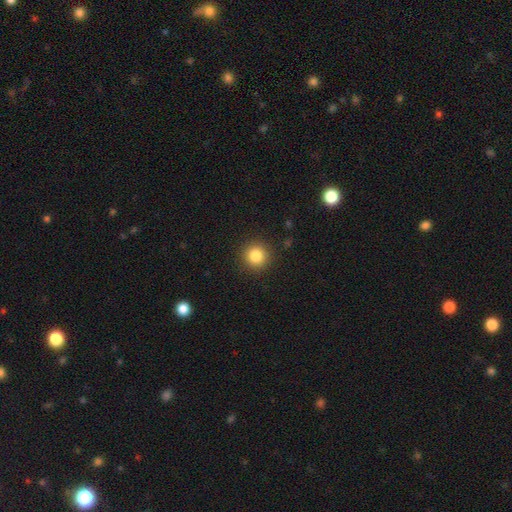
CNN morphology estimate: This appears to be a smooth galaxy with no disk features (84%) that is round (94%). Merging: none (91%).